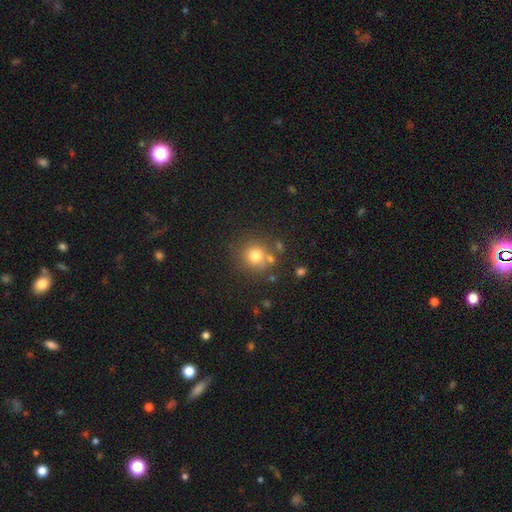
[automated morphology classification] Overall: smooth (76%). How rounded: round (90%). Merging: none (73%).